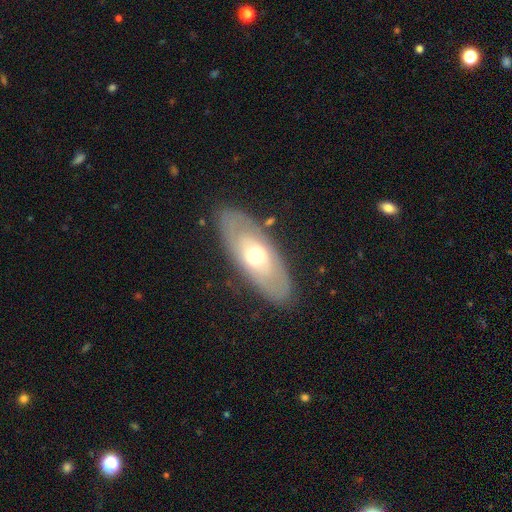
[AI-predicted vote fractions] This is possibly a featured or disk galaxy (55%). It is likely not viewed edge-on (80%). Merging: clearly none (82%).